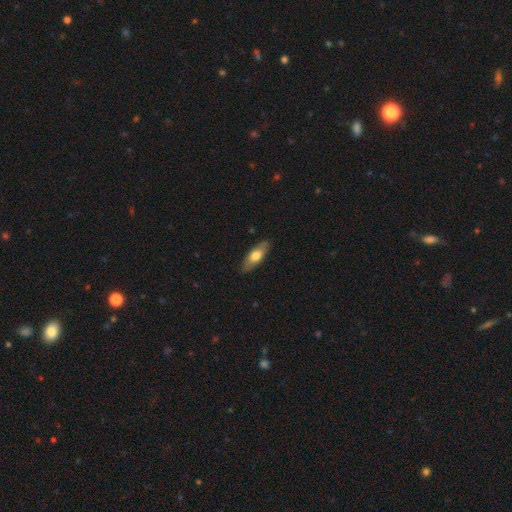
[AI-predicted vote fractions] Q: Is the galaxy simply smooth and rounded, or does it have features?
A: smooth — 64%.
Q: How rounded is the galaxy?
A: in between — 69%.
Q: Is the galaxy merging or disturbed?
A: none — 86%.